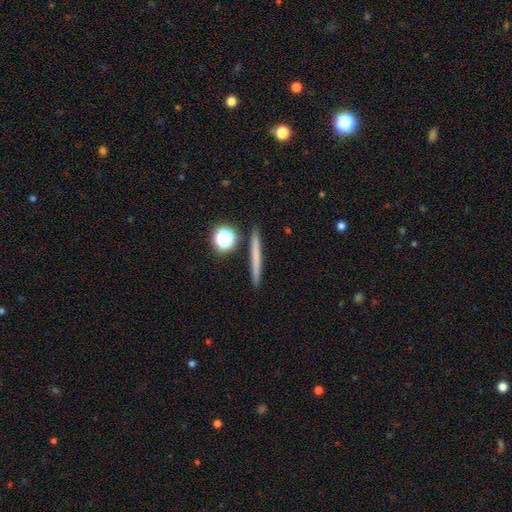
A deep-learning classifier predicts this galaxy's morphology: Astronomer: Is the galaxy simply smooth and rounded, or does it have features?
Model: smooth — 58%.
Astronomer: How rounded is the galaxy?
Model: cigar-shaped — 92%.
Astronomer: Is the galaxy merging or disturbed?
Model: none — 90%.